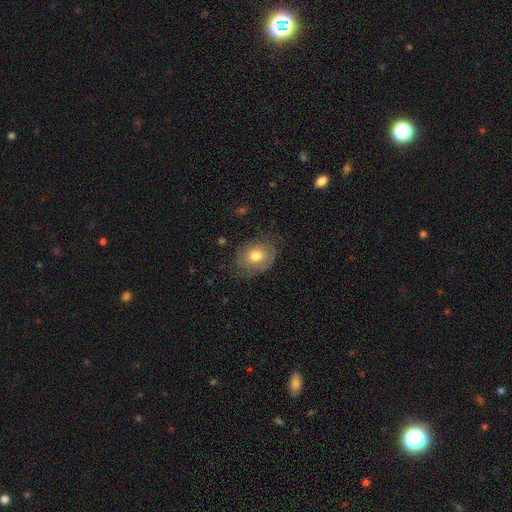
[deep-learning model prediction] Smooth or featured? smooth (64%)
How rounded? in between (59%)
Merging? none (65%)